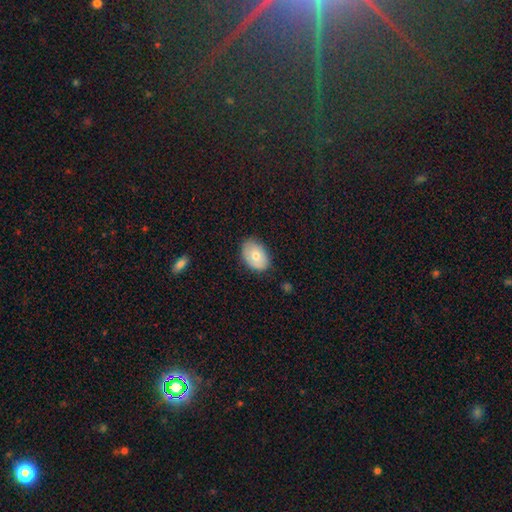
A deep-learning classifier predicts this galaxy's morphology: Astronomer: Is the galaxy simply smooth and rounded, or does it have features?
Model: smooth — 73%.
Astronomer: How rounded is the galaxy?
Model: in between — 86%.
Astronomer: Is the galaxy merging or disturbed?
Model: none — 80%.